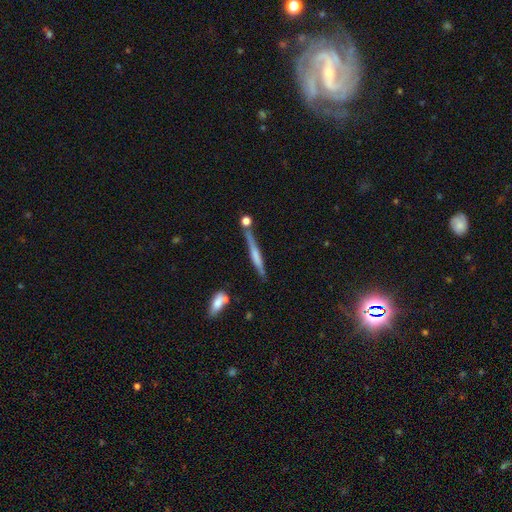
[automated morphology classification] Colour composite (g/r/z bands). It shows a featured or disk galaxy (47%). Merging: none (67%).